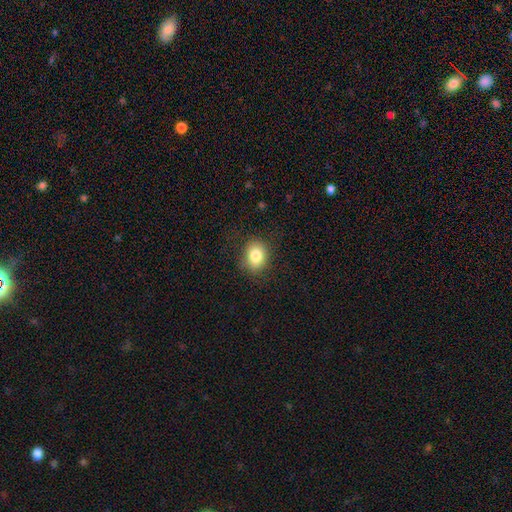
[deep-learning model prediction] A smooth galaxy with no disk features (83%) that is round (50%).

Vote fractions:
- Smooth or featured? smooth: 83% / star or artifact: 9% / featured or disk: 7%
- How rounded? round: 50% / in between: 49% / cigar-shaped: 1%
- Merging? none: 83% / minor disturbance: 12% / major disturbance: 4% / merger: 1%